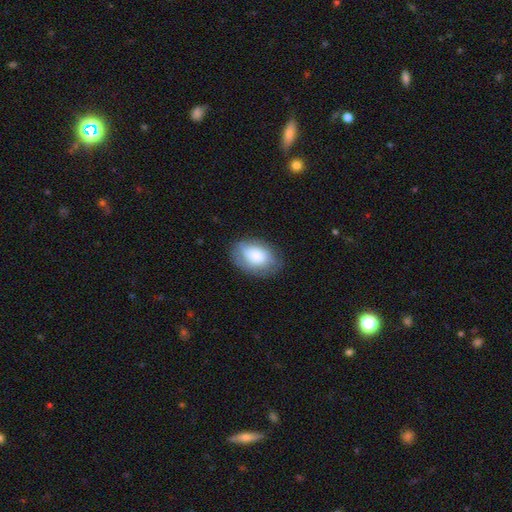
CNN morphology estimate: A smooth galaxy with no disk features (78%) that is in between round and cigar-shaped (84%).

Vote fractions:
- Smooth or featured? smooth: 78% / featured or disk: 15% / star or artifact: 7%
- How rounded? in between: 84% / round: 14% / cigar-shaped: 1%
- Merging? none: 72% / minor disturbance: 20% / major disturbance: 6% / merger: 1%